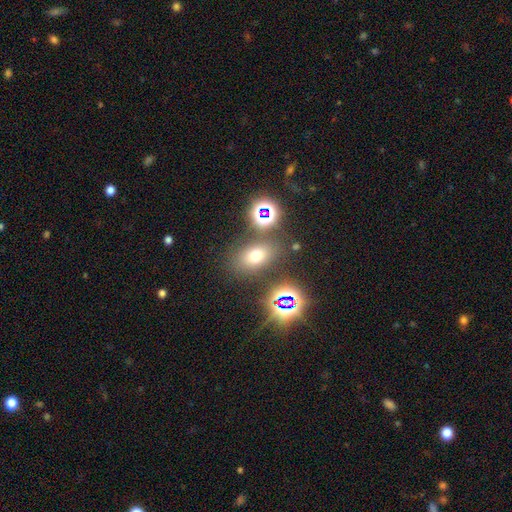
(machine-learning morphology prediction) type=smooth (61%); roundness=in between (71%); merging=none (78%).